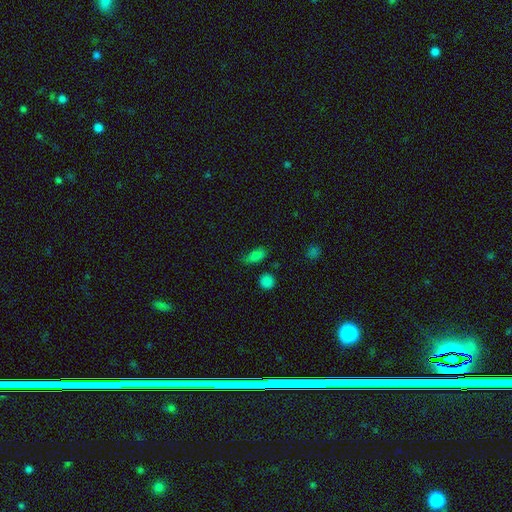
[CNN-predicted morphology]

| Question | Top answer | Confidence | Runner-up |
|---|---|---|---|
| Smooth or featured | smooth | 77% | star or artifact (17%) |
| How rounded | in between | 83% | round (8%) |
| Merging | none | 62% | minor disturbance (25%) |